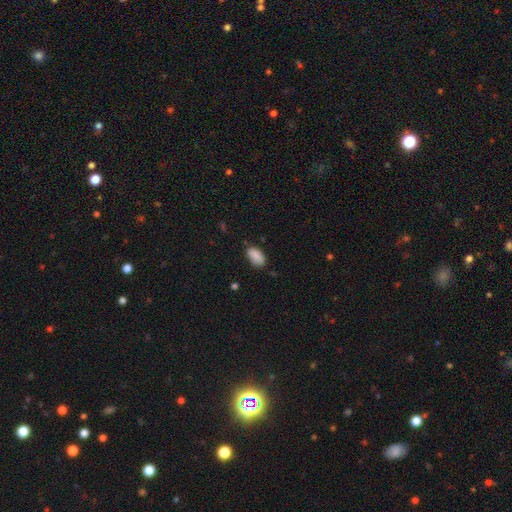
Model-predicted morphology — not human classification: Smooth or featured?
  - smooth: 87% *
  - star or artifact: 8%
  - featured or disk: 5%
How rounded?
  - in between: 93% *
  - round: 4%
  - cigar-shaped: 3%
Merging?
  - none: 71% *
  - minor disturbance: 23%
  - major disturbance: 4%
  - merger: 2%